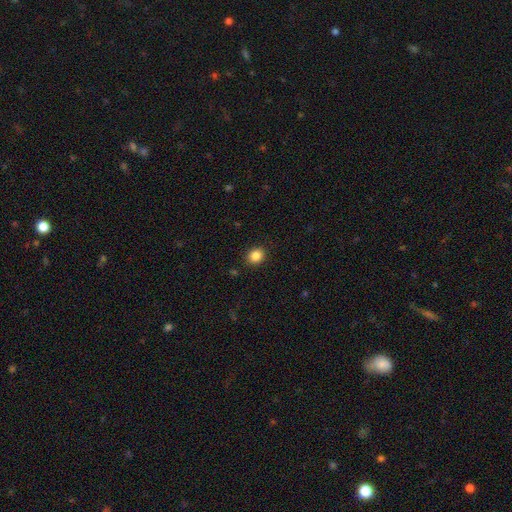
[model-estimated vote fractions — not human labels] Overall: smooth (86%). How rounded: round (72%). Merging: none (89%).